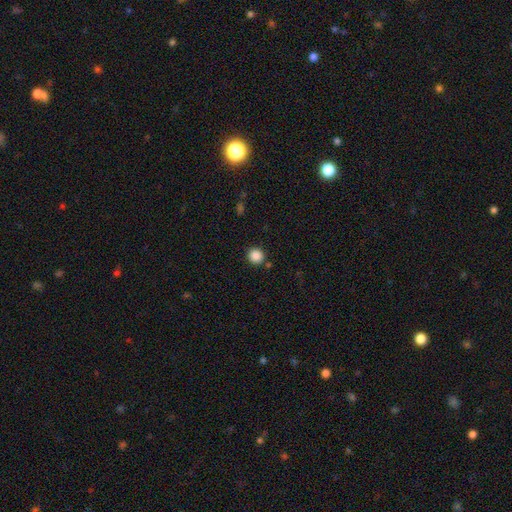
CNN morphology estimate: The model was most divided on "smooth or featured": smooth: 87%, star or artifact: 10%, featured or disk: 3%. More confident: how rounded — round (94%); merging — none (88%).